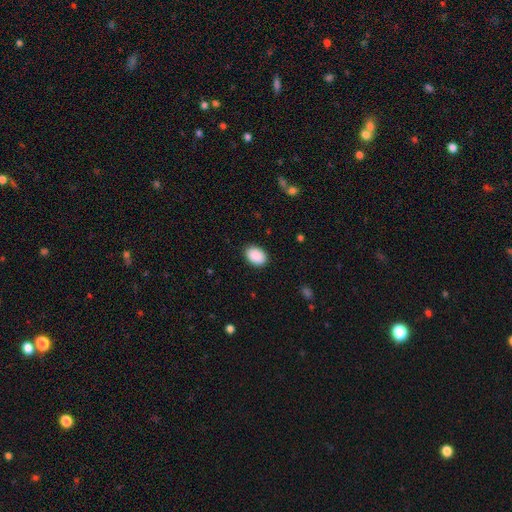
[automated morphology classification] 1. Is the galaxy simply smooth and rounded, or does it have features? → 91% smooth, 7% star or artifact, 3% featured or disk.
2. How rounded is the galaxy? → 81% in between, 18% round, 1% cigar-shaped.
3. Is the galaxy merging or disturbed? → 88% none, 9% minor disturbance, 2% major disturbance, 1% merger.